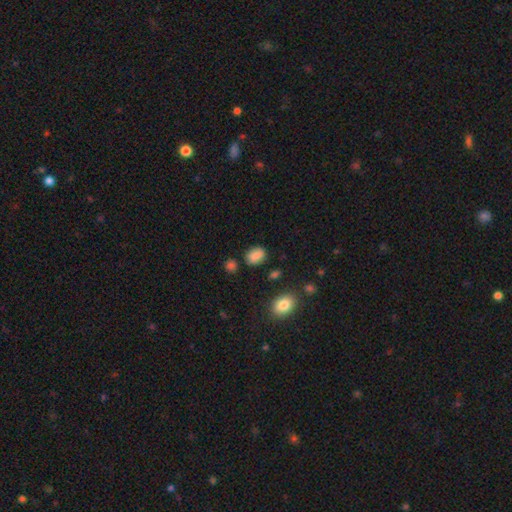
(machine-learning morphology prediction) The model was most divided on "how rounded": in between: 74%, round: 25%, cigar-shaped: 1%. More confident: smooth or featured — smooth (85%); merging — none (77%).